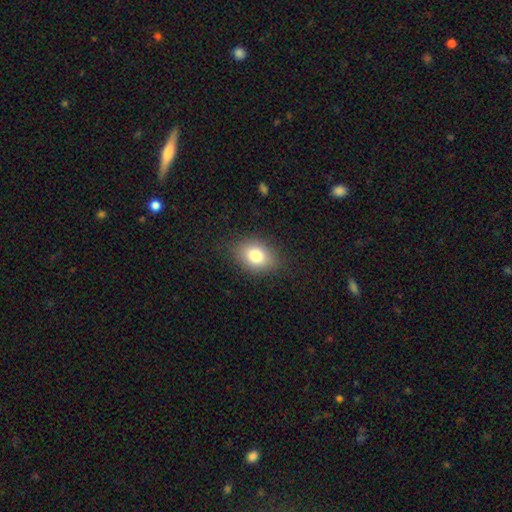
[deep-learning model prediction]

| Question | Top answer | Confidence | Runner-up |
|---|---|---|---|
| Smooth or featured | smooth | 80% | featured or disk (11%) |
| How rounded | in between | 73% | round (26%) |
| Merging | none | 83% | minor disturbance (12%) |